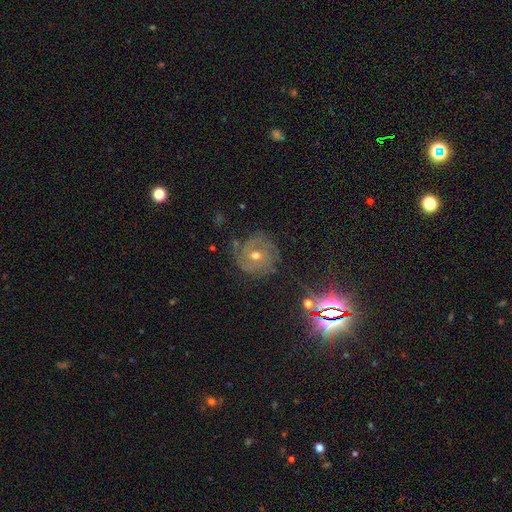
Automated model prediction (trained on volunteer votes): Smooth or featured? Predicted: featured or disk (p=0.77). Edge-on disk? Predicted: no (p=0.97). Bar? Predicted: no (p=0.65). Spiral arms? Predicted: yes (p=0.93). Spiral winding? Predicted: tight (p=0.65). Spiral arm count? Predicted: 2 (p=0.33). Bulge size? Predicted: moderate (p=0.71). Merging? Predicted: none (p=0.74).